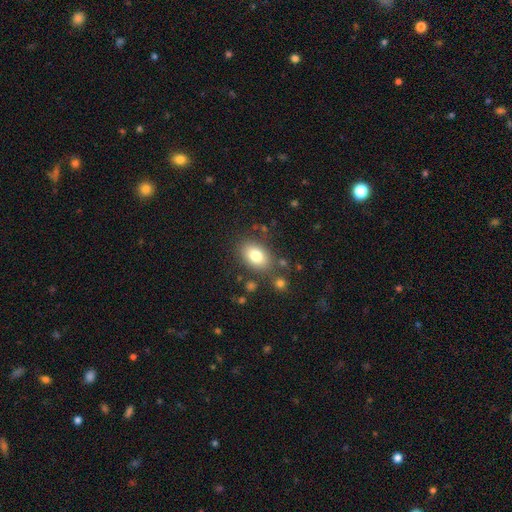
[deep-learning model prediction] This is likely a smooth galaxy (80%). How rounded: clearly in between (84%). Merging: likely none (79%).